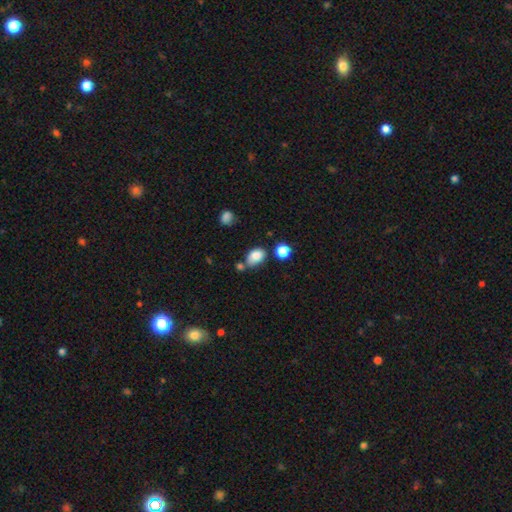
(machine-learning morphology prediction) This is clearly a smooth galaxy (84%). How rounded: clearly in between (83%). Merging: possibly none (55%).